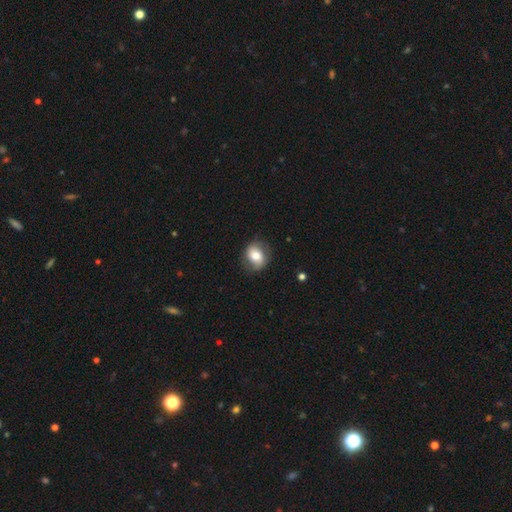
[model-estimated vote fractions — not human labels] Q: Smooth or featured?
A: smooth (64%); runner-up: featured or disk (28%)
Q: How rounded?
A: round (52%); runner-up: in between (47%)
Q: Merging?
A: none (78%); runner-up: minor disturbance (16%)